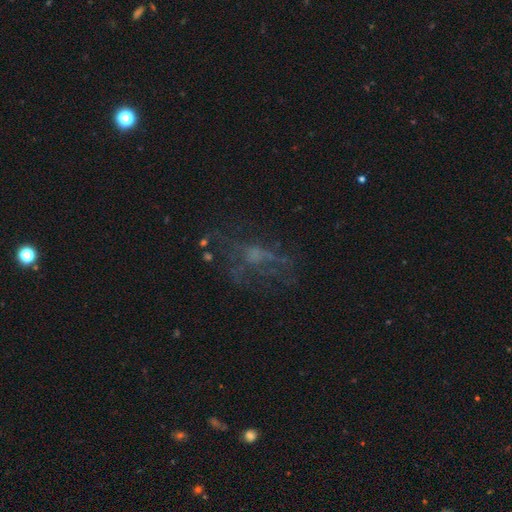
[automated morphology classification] Smooth or featured? Predicted: featured or disk (p=0.49). Merging? Predicted: none (p=0.50).